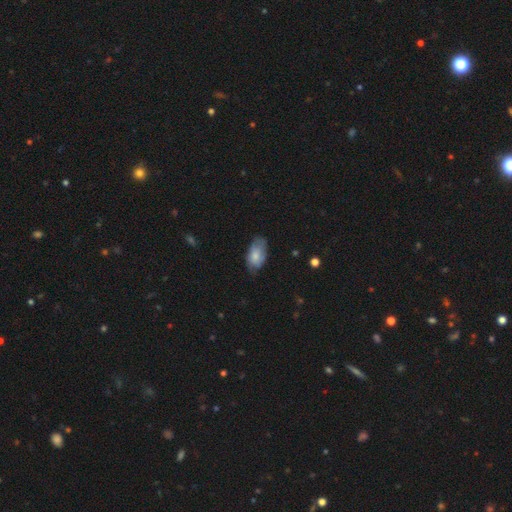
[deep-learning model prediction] A smooth galaxy with no disk features (73%) that is in between round and cigar-shaped (93%). Merging: none (61%).